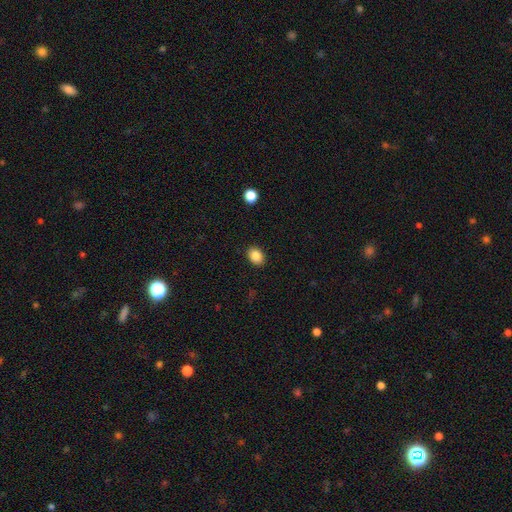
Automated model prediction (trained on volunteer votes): A smooth galaxy with no disk features (86%) that is in between round and cigar-shaped (65%).

Vote fractions:
- Smooth or featured? smooth: 86% / star or artifact: 9% / featured or disk: 5%
- How rounded? in between: 65% / round: 34% / cigar-shaped: 1%
- Merging? none: 90% / minor disturbance: 7% / major disturbance: 2% / merger: 1%